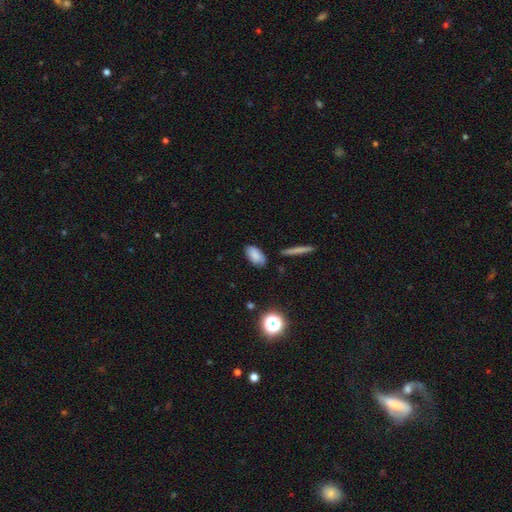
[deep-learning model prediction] This is clearly a smooth galaxy (83%). How rounded: clearly in between (90%). Merging: likely none (78%).